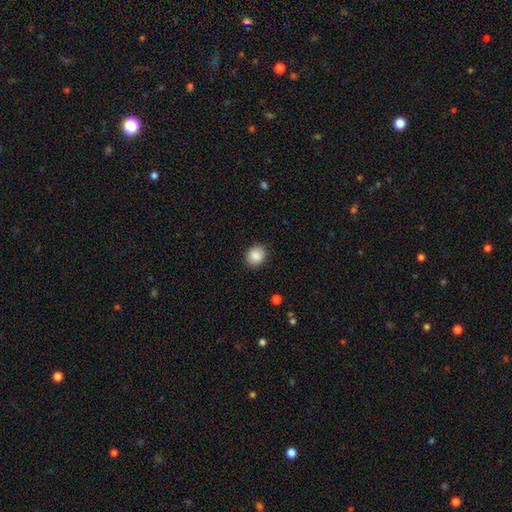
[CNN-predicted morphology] This is clearly a smooth galaxy (88%). How rounded: likely round (70%). Merging: clearly none (89%).